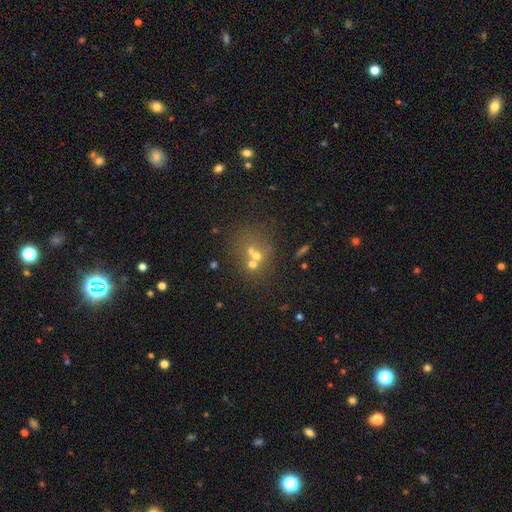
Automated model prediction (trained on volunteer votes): smooth 46%, featured or disk 28%, star or artifact 26%. Down the decision tree: merging — merger (47%).